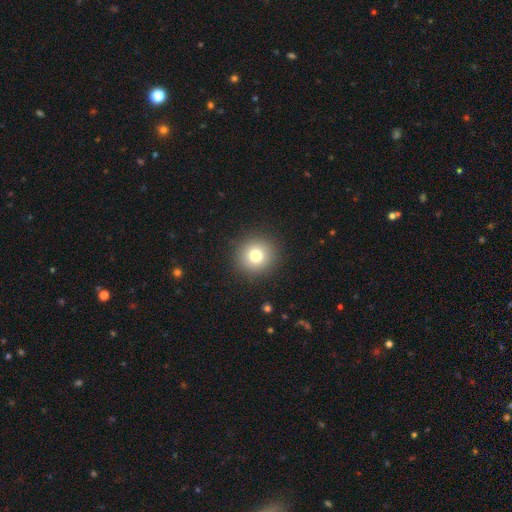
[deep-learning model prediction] Smooth or featured? Predicted: smooth (p=0.77). How rounded? Predicted: round (p=0.93). Merging? Predicted: none (p=0.91).